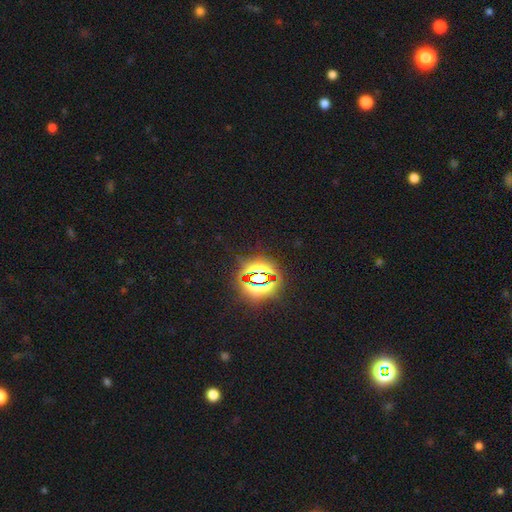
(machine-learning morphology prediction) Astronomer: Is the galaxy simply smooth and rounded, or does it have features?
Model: star or artifact — 83%.